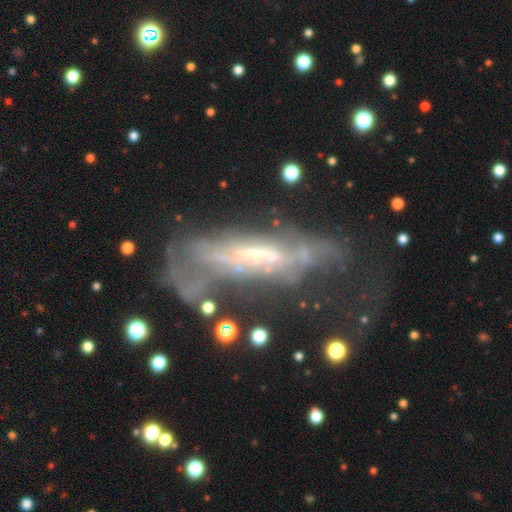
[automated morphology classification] Q: Smooth or featured?
A: featured or disk (70%); runner-up: smooth (19%)
Q: Edge-on disk?
A: no (58%); runner-up: yes (42%)
Q: Merging?
A: major disturbance (40%); runner-up: none (31%)